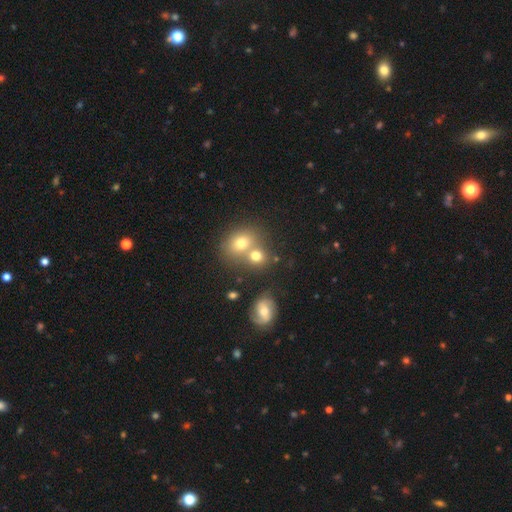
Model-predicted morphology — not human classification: smooth 71%, featured or disk 16%, star or artifact 12%. Down the decision tree: how rounded — round (70%); merging — merger (44%).